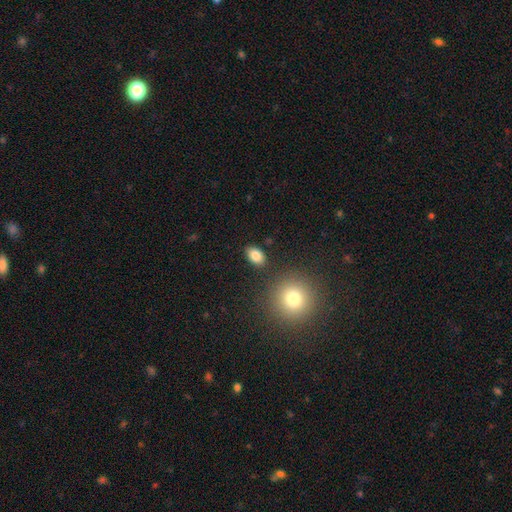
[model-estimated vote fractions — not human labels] Smooth or featured: smooth — 85% (star or artifact — 9%)
How rounded: in between — 84% (round — 14%)
Merging: none — 85% (minor disturbance — 9%)